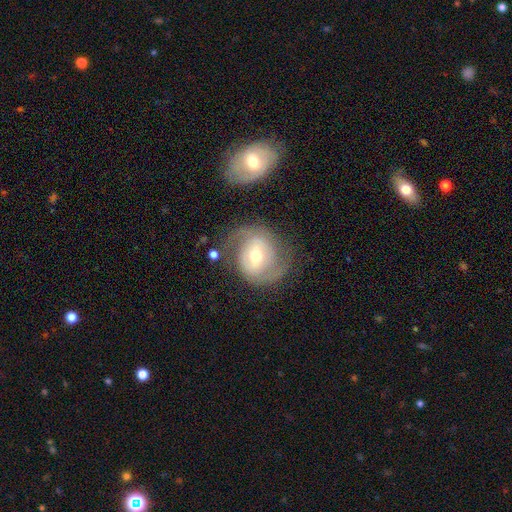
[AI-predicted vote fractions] A featured or disk galaxy (76%) with a weak bar (43%), 2 (85%) medium (46%) spiral arms (88%) and a moderate central bulge (66%).

Vote fractions:
- Smooth or featured? featured or disk: 76% / smooth: 18% / star or artifact: 6%
- Edge-on disk? no: 97% / yes: 3%
- Bar? weak: 43% / no: 34% / strong: 23%
- Spiral arms? yes: 88% / no: 12%
- Spiral winding? medium: 46% / tight: 35% / loose: 18%
- Spiral arm count? 2: 85% / can't tell: 8% / 1: 3% / 3: 2% / 4: 1% / more than 4: 1%
- Bulge size? moderate: 66% / small: 28% / large: 5% / dominant: 1% / none: 1%
- Merging? none: 68% / minor disturbance: 17% / major disturbance: 10% / merger: 5%